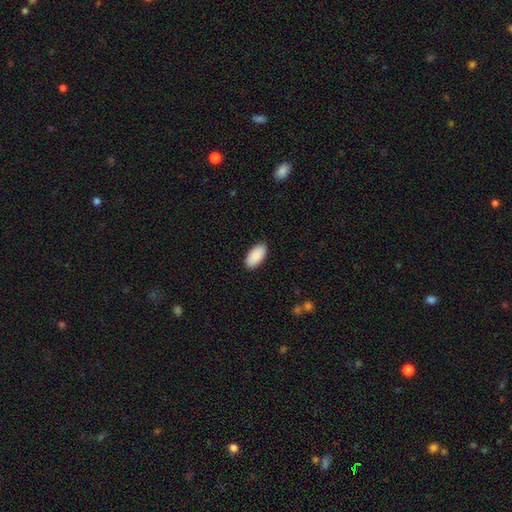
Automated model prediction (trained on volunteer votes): Smooth or featured? smooth (90%)
How rounded? in between (95%)
Merging? none (89%)